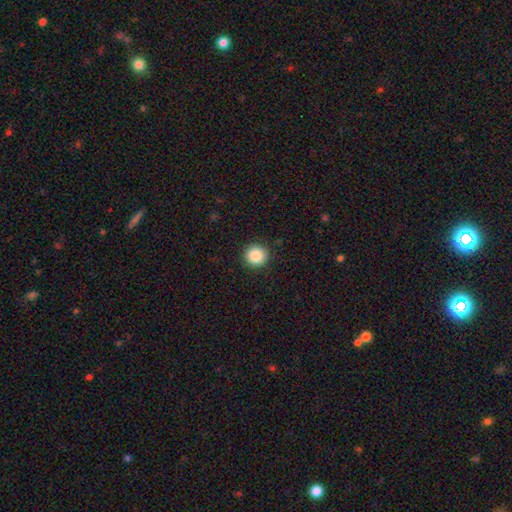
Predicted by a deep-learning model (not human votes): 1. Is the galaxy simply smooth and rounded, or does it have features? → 86% smooth, 9% star or artifact, 5% featured or disk.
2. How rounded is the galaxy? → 95% round, 4% in between, 1% cigar-shaped.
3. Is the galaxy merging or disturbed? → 92% none, 5% minor disturbance, 2% major disturbance, 1% merger.